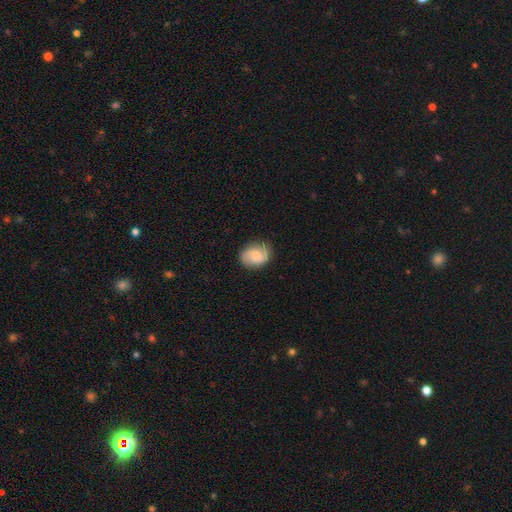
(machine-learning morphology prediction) Q: Smooth or featured?
A: smooth (52%); runner-up: featured or disk (41%)
Q: How rounded?
A: in between (50%); runner-up: round (49%)
Q: Merging?
A: none (81%); runner-up: minor disturbance (14%)